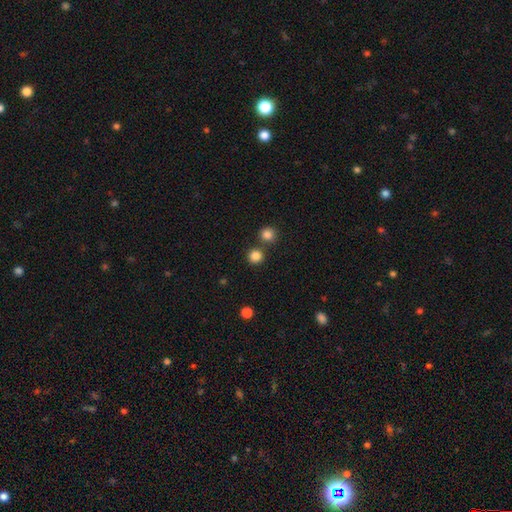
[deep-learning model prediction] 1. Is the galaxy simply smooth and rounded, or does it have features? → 84% smooth, 12% star or artifact, 4% featured or disk.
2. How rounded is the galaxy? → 93% round, 6% in between, 1% cigar-shaped.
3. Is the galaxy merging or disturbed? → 76% none, 15% merger, 6% minor disturbance, 2% major disturbance.